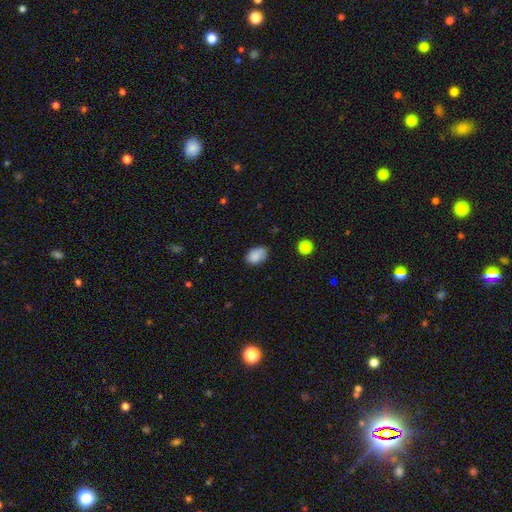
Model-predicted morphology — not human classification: The model was most divided on "merging": none: 60%, minor disturbance: 31%, major disturbance: 6%, merger: 3%. More confident: smooth or featured — smooth (83%); how rounded — in between (81%).